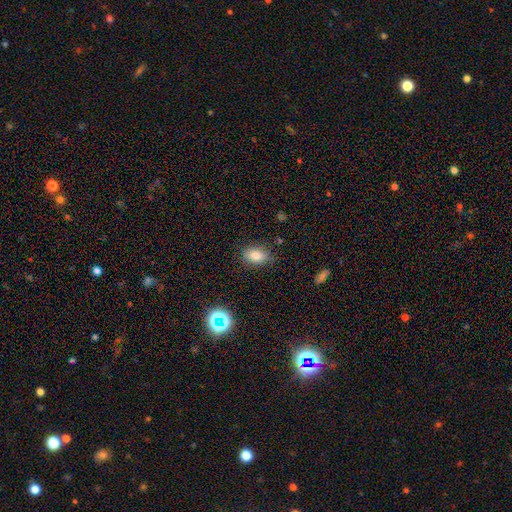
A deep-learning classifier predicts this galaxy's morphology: Smooth or featured? smooth (80%)
How rounded? in between (81%)
Merging? none (80%)